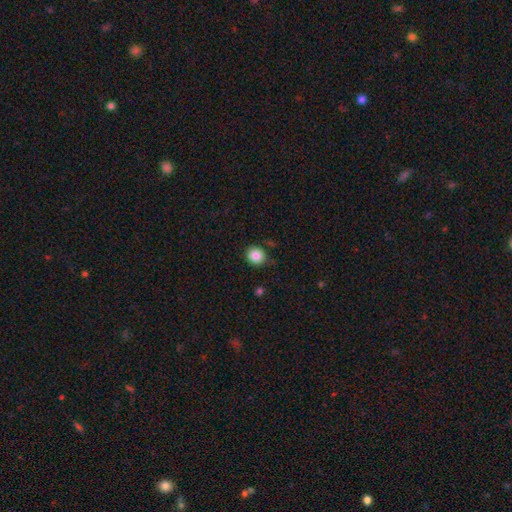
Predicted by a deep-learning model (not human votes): Smooth or featured: smooth — 86% (star or artifact — 9%)
How rounded: round — 84% (in between — 15%)
Merging: none — 84% (minor disturbance — 11%)